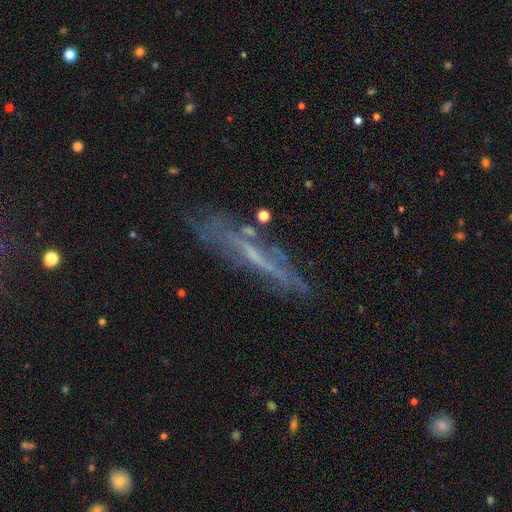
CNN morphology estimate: This appears to be a featured or disk galaxy (66%) viewed edge-on (67%). Merging: none (67%).